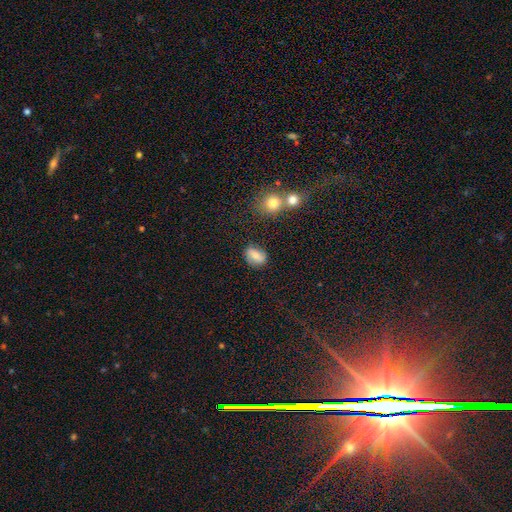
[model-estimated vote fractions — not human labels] Morphology: type=smooth (61%); roundness=in between (62%); merging=none (78%).